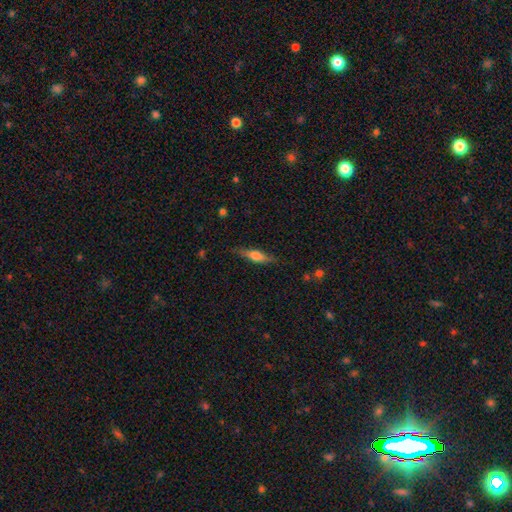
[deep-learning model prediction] Smooth or featured? Predicted: smooth (p=0.54). How rounded? Predicted: cigar-shaped (p=0.67). Merging? Predicted: none (p=0.80).